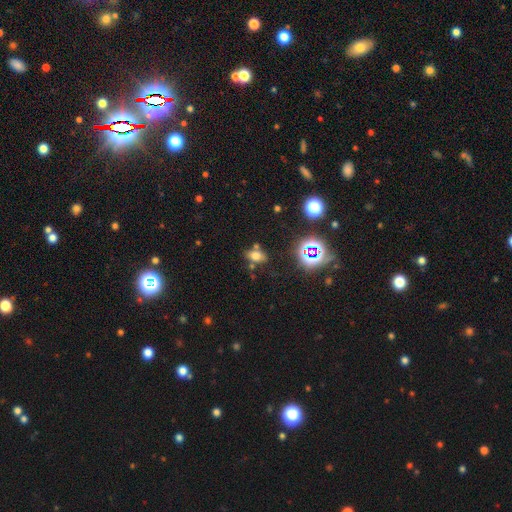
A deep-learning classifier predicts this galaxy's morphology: type=smooth (63%); roundness=in between (80%); merging=none (67%).